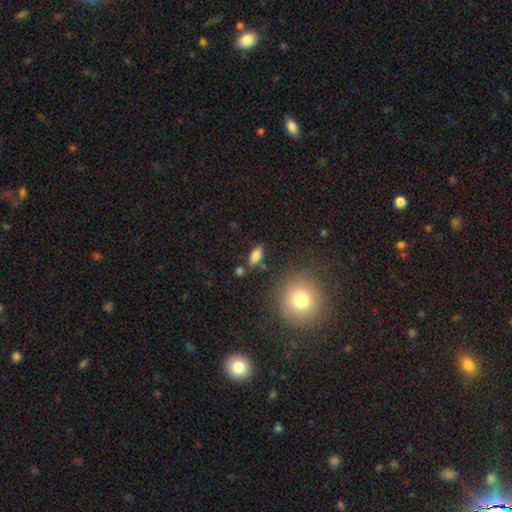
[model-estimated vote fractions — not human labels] Q: Smooth or featured?
A: smooth (82%); runner-up: star or artifact (9%)
Q: How rounded?
A: in between (86%); runner-up: cigar-shaped (9%)
Q: Merging?
A: none (81%); runner-up: minor disturbance (11%)